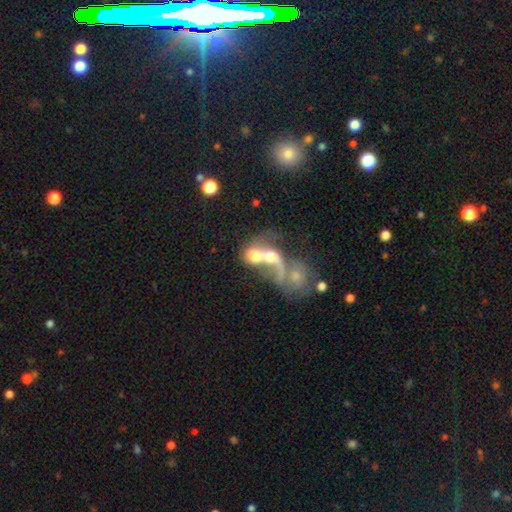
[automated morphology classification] This is possibly a smooth galaxy (45%, tied with featured or disk). Merging: likely merger (77%).